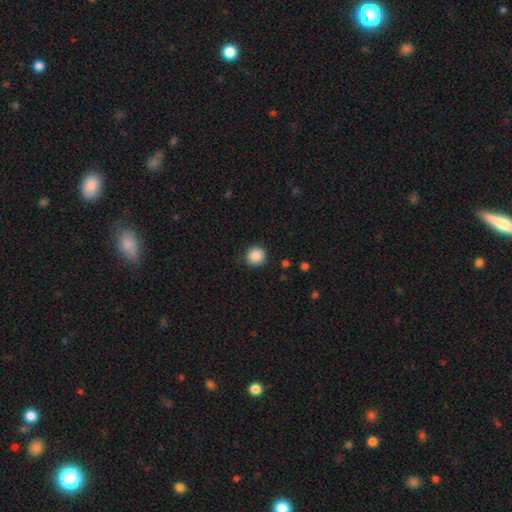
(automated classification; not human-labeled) This is clearly a smooth galaxy (88%). How rounded: clearly round (94%). Merging: clearly none (87%).